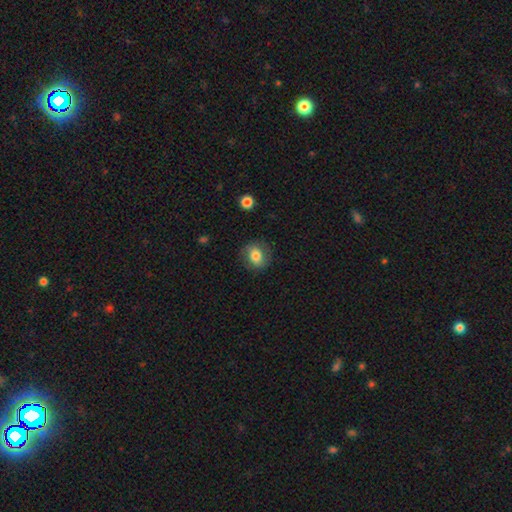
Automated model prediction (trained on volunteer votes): Smooth or featured? smooth (75%)
How rounded? round (59%)
Merging? none (80%)